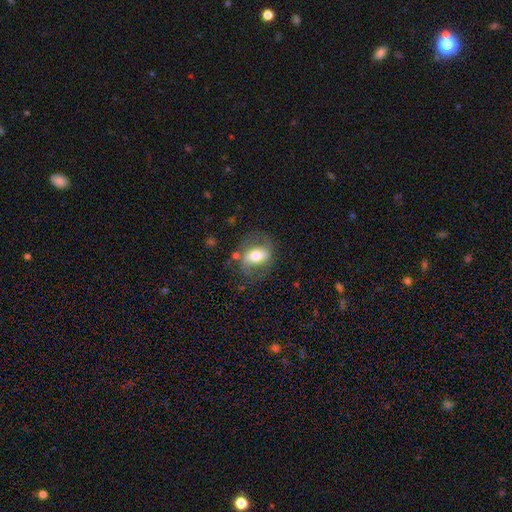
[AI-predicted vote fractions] Morphology: type=featured or disk (49%); merging=none (66%).